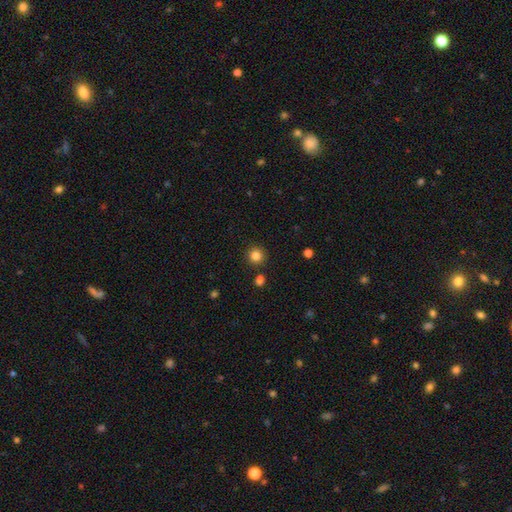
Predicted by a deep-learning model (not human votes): Overall: smooth (83%). How rounded: round (94%). Merging: none (88%).